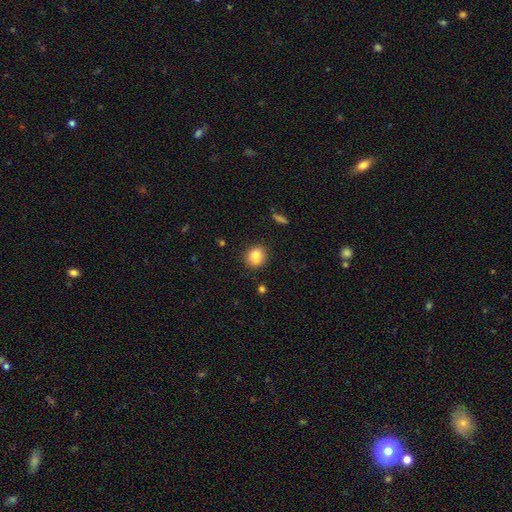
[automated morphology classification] Smooth or featured? Predicted: smooth (p=0.78). How rounded? Predicted: round (p=0.80). Merging? Predicted: none (p=0.68).